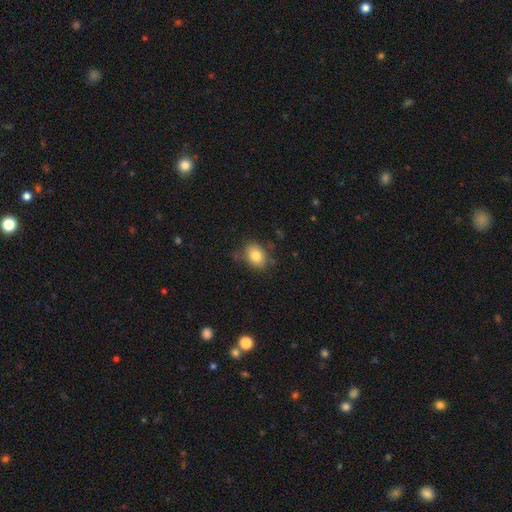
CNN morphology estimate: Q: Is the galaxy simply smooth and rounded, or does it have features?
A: smooth — 82%.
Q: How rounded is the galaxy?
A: in between — 67%.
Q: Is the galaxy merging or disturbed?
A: none — 75%.